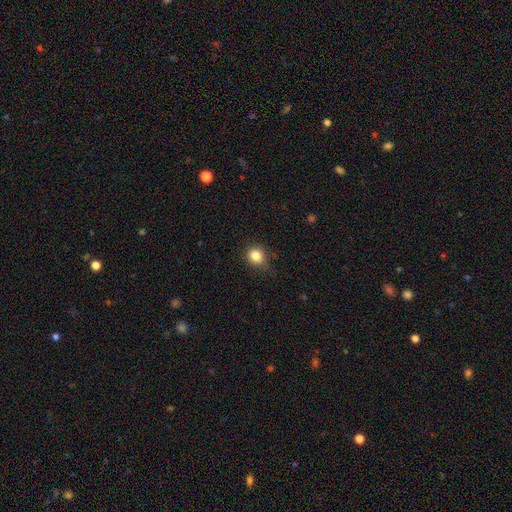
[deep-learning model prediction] Morphology: type=smooth (84%); roundness=round (79%); merging=none (77%).